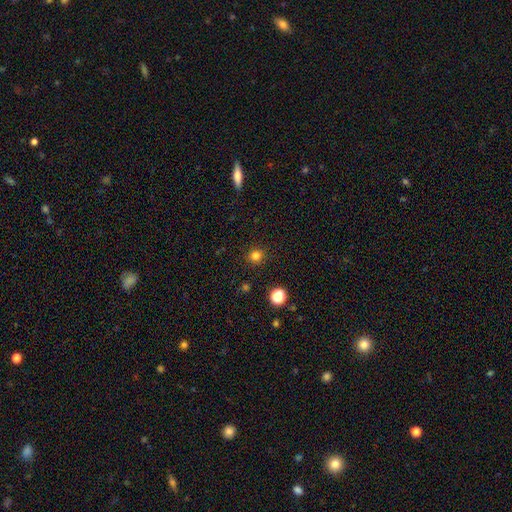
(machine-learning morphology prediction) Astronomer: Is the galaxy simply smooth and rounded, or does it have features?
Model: smooth — 81%.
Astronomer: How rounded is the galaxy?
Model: round — 92%.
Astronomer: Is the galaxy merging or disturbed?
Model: none — 91%.